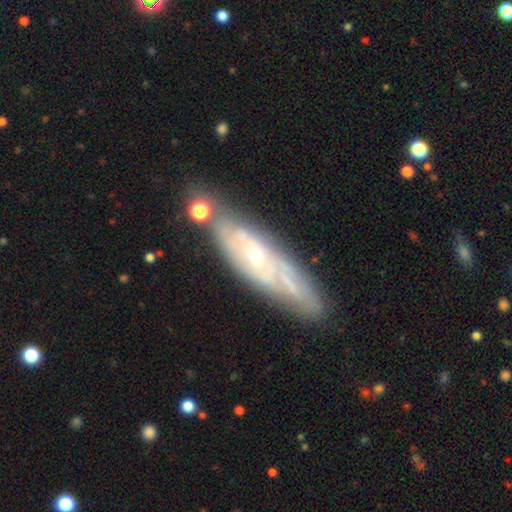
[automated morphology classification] featured or disk 74%, smooth 19%, star or artifact 7%. Down the decision tree: edge-on disk — no (70%); bar — no (68%); spiral arms — yes (72%); bulge size — small (70%); merging — none (69%).